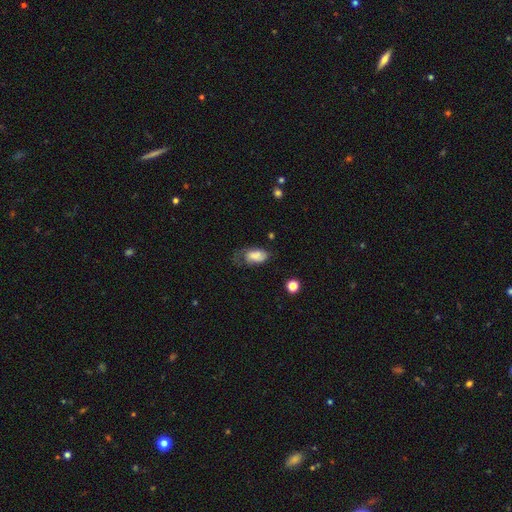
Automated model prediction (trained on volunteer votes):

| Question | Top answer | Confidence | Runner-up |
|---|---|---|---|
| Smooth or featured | smooth | 67% | featured or disk (24%) |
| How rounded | in between | 91% | round (6%) |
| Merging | none | 33% | tied: minor disturbance (33%) |